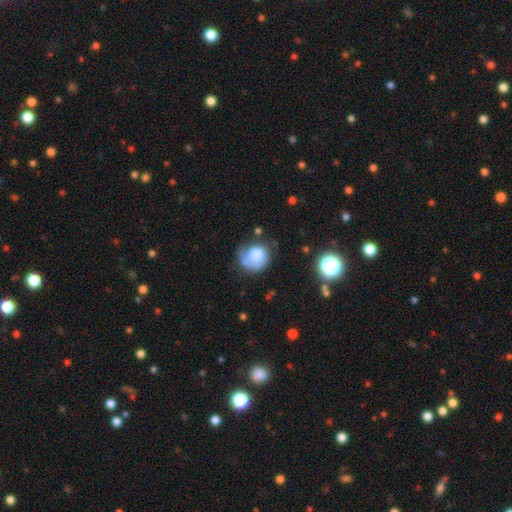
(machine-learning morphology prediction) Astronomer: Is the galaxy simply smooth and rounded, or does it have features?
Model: smooth — 60%.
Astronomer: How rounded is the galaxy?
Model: round — 79%.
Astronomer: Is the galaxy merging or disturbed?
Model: none — 46% (runner-up: minor disturbance, 25%).